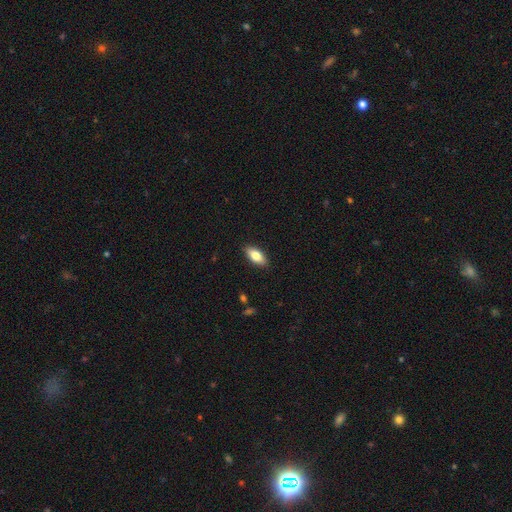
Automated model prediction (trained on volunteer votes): A smooth galaxy with no disk features (79%) that is in between round and cigar-shaped (86%).

Vote fractions:
- Smooth or featured? smooth: 79% / featured or disk: 15% / star or artifact: 6%
- How rounded? in between: 86% / cigar-shaped: 11% / round: 3%
- Merging? none: 89% / minor disturbance: 8% / major disturbance: 2% / merger: 1%